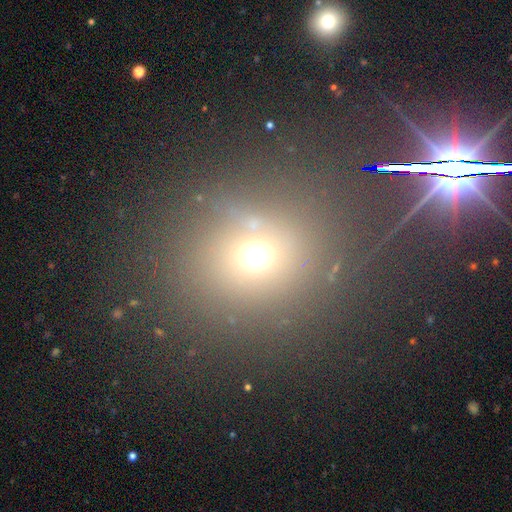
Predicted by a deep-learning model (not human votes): Smooth or featured? Predicted: smooth (p=0.63). How rounded? Predicted: round (p=0.74). Merging? Predicted: none (p=0.67).